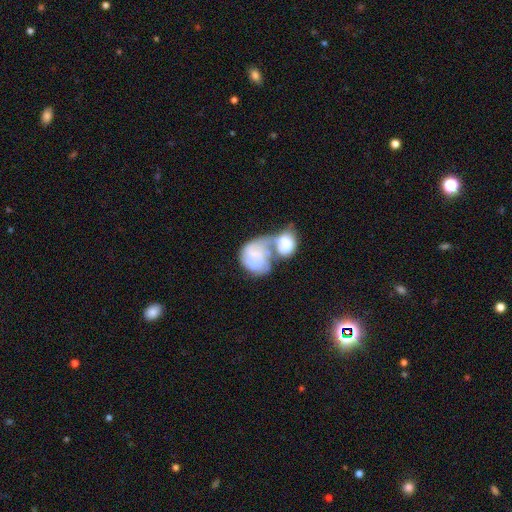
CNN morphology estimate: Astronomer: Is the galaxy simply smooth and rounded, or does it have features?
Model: featured or disk — 48% (runner-up: smooth, 44%).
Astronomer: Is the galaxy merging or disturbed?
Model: merger — 64%.